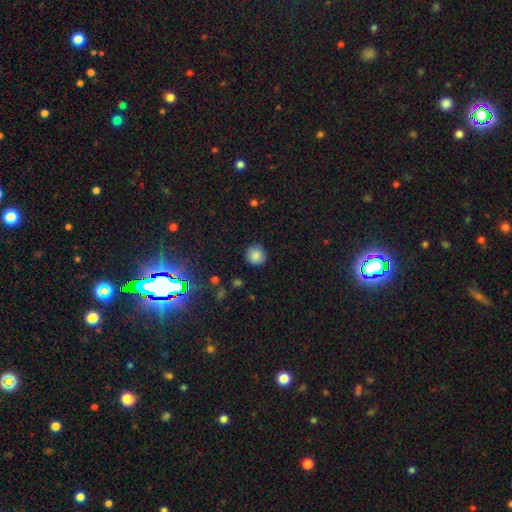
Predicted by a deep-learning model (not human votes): A smooth galaxy with no disk features (84%) that is round (92%).

Vote fractions:
- Smooth or featured? smooth: 84% / star or artifact: 11% / featured or disk: 5%
- How rounded? round: 92% / in between: 7% / cigar-shaped: 1%
- Merging? none: 88% / minor disturbance: 8% / major disturbance: 2% / merger: 1%